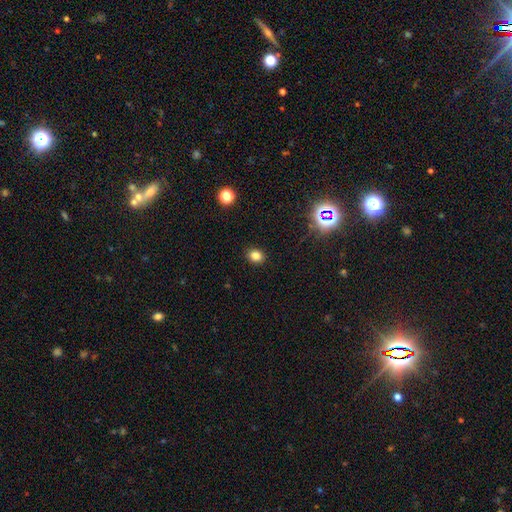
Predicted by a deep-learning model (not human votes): A smooth galaxy with no disk features (81%) that is round (57%).

Vote fractions:
- Smooth or featured? smooth: 81% / star or artifact: 14% / featured or disk: 5%
- How rounded? round: 57% / in between: 42% / cigar-shaped: 1%
- Merging? none: 90% / minor disturbance: 7% / major disturbance: 2% / merger: 1%